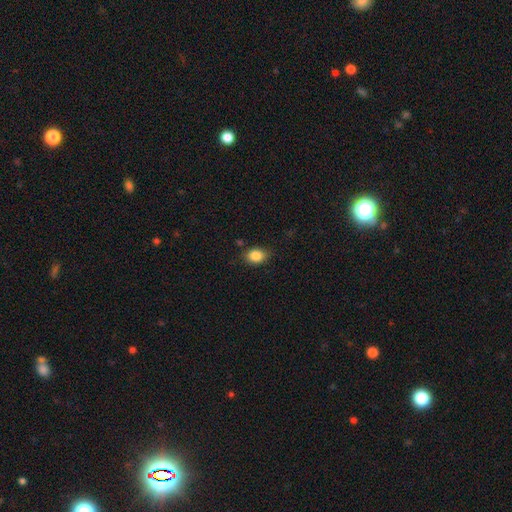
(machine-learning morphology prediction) The model was most divided on "how rounded": in between: 62%, round: 37%, cigar-shaped: 1%. More confident: smooth or featured — smooth (87%); merging — none (79%).